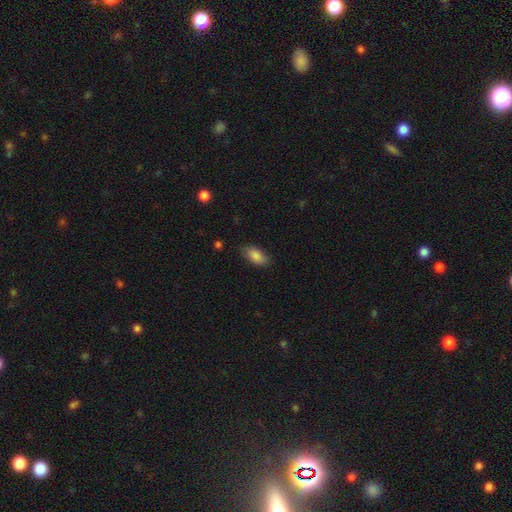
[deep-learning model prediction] Overall: smooth (86%). How rounded: in between (92%). Merging: none (83%).